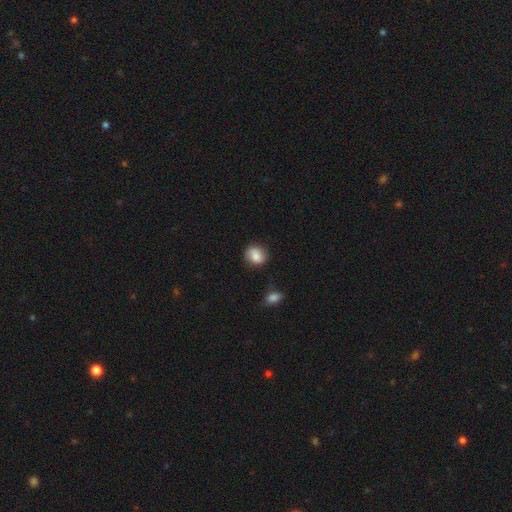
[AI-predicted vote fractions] Q: Smooth or featured?
A: smooth (81%); runner-up: featured or disk (10%)
Q: How rounded?
A: round (65%); runner-up: in between (34%)
Q: Merging?
A: none (75%); runner-up: minor disturbance (18%)